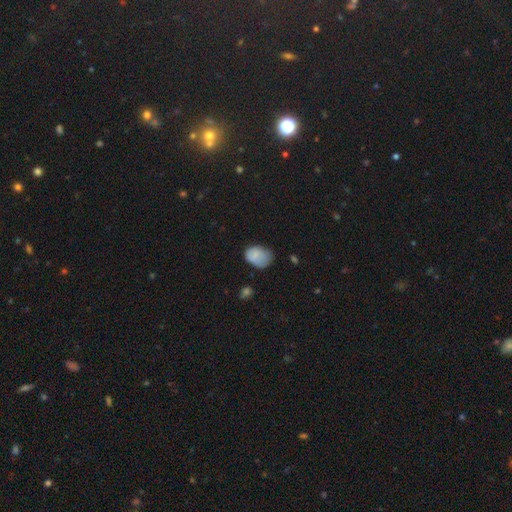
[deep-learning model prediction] Overall: smooth (81%). How rounded: in between (75%). Merging: none (47%; minor disturbance 39%).